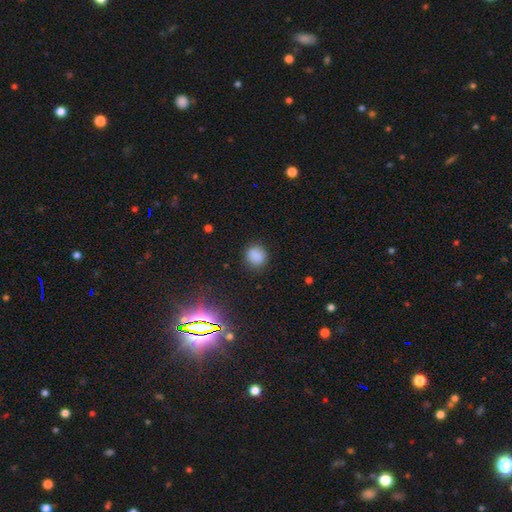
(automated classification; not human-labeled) Smooth or featured?
  - smooth: 83% *
  - star or artifact: 12%
  - featured or disk: 4%
How rounded?
  - round: 78% *
  - in between: 21%
  - cigar-shaped: 1%
Merging?
  - none: 85% *
  - minor disturbance: 10%
  - major disturbance: 3%
  - merger: 1%